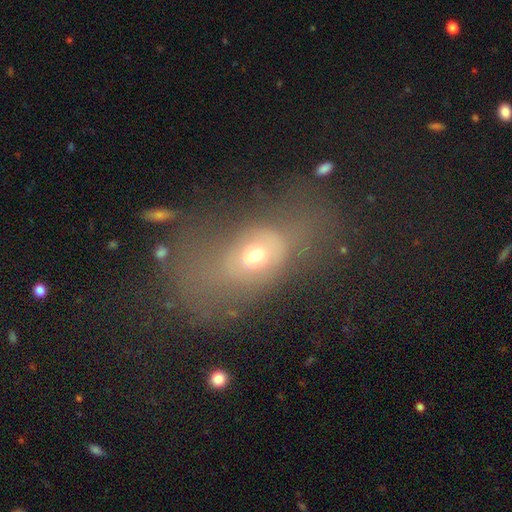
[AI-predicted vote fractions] The model was most divided on "merging": major disturbance: 42%, none: 32%, minor disturbance: 21%, merger: 5%. Remaining: smooth or featured — smooth (48%).